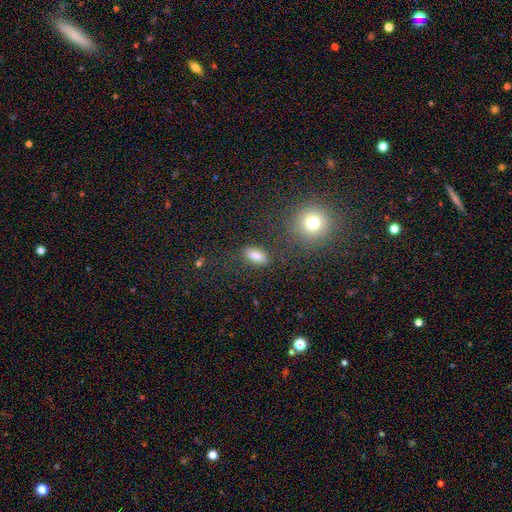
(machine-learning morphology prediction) A smooth galaxy with no disk features (82%) that is in between round and cigar-shaped (85%). Merging: none (80%).